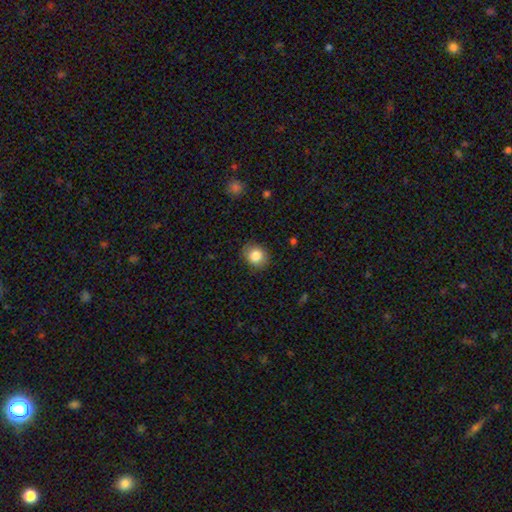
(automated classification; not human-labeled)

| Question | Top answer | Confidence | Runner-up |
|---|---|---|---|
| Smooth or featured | smooth | 83% | star or artifact (9%) |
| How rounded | round | 65% | in between (35%) |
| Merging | none | 86% | minor disturbance (10%) |